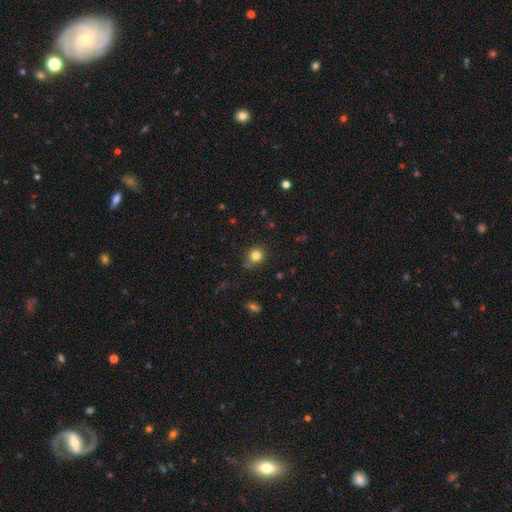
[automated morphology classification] This is clearly a smooth galaxy (81%). How rounded: clearly round (87%). Merging: likely none (77%).